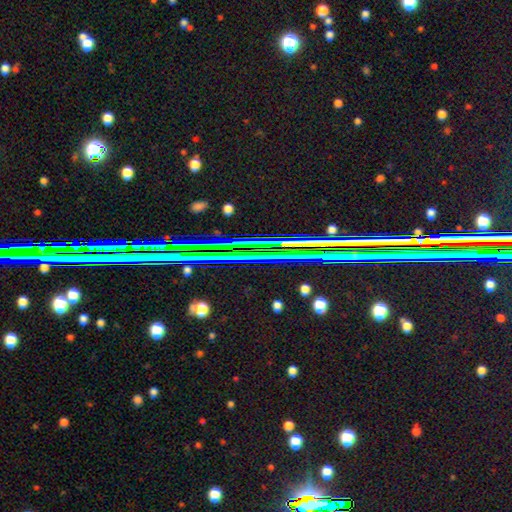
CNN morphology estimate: This appears to be a star or artifact, not a galaxy (80%).